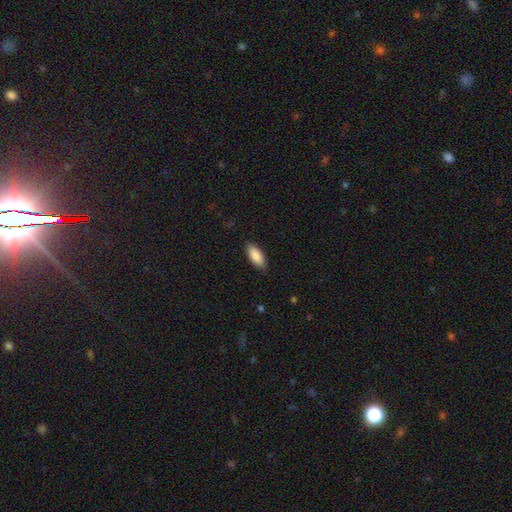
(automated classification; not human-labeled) Overall: smooth (90%). How rounded: in between (86%). Merging: none (86%).